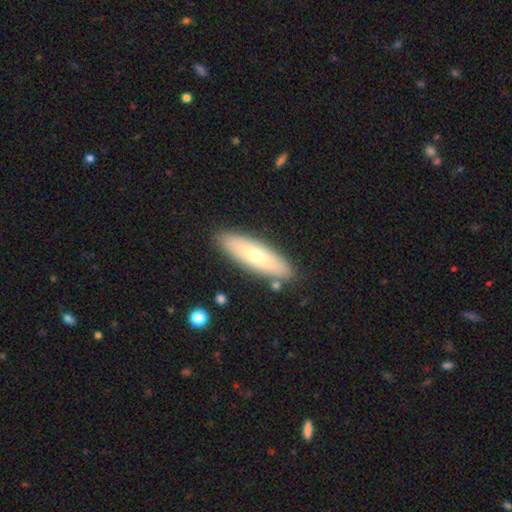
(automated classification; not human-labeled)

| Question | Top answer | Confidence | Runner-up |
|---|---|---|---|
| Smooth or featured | smooth | 63% | featured or disk (31%) |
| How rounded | cigar-shaped | 61% | in between (38%) |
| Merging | none | 86% | minor disturbance (9%) |